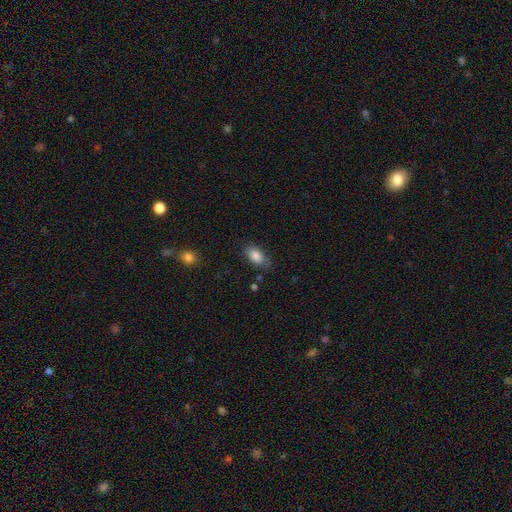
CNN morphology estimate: Smooth or featured: smooth — 84% (featured or disk — 8%)
How rounded: in between — 91% (round — 5%)
Merging: none — 74% (minor disturbance — 20%)